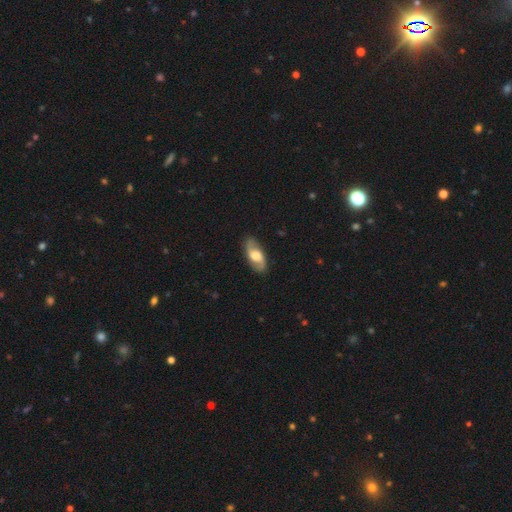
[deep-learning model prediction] smooth_or_featured: featured or disk (p=0.68) [alt: smooth p=0.27]
disk_edge_on: no (p=0.90) [alt: yes p=0.10]
bar: no (p=0.54) [alt: weak p=0.36]
has_spiral_arms: yes (p=0.88) [alt: no p=0.12]
spiral_winding: loose (p=0.50) [alt: medium p=0.37]
spiral_arm_count: 2 (p=0.92) [alt: can't tell p=0.04]
bulge_size: moderate (p=0.55) [alt: large p=0.33]
merging: none (p=0.86) [alt: minor disturbance p=0.10]